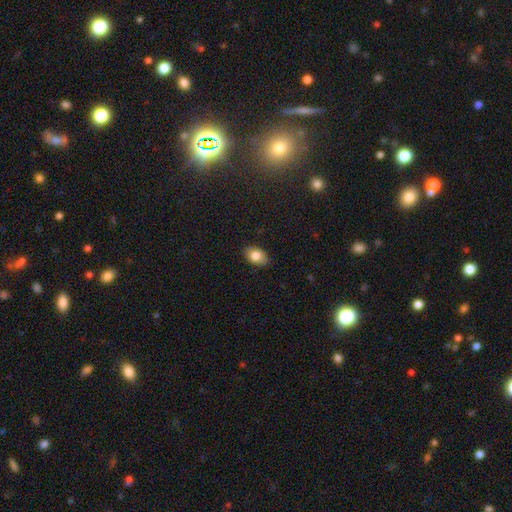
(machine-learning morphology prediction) A smooth galaxy with no disk features (83%) that is in between round and cigar-shaped (84%). Merging: none (84%).